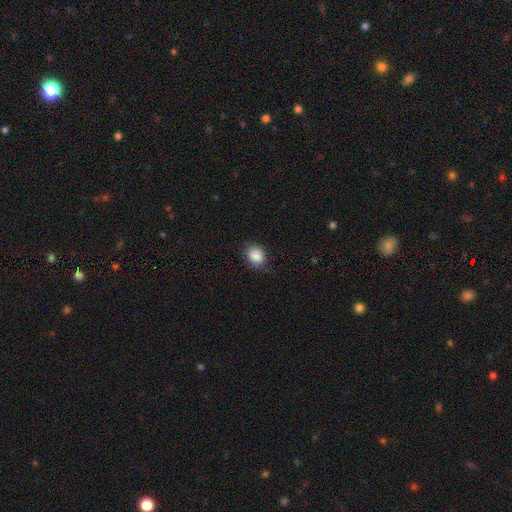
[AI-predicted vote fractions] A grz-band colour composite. It shows a smooth galaxy with no disk features (88%) that is round (52%). Merging: none (76%).